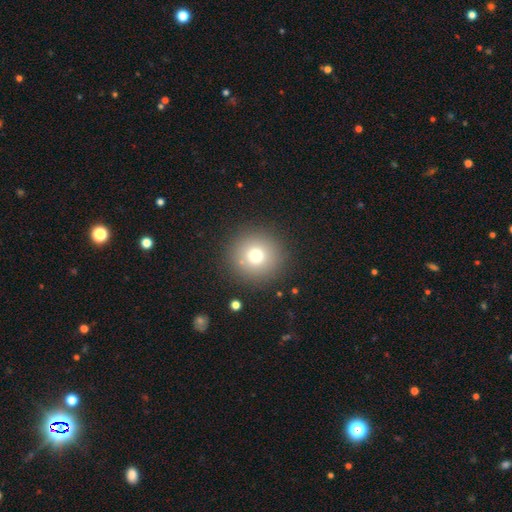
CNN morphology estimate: Smooth or featured? smooth (74%)
How rounded? round (96%)
Merging? none (89%)